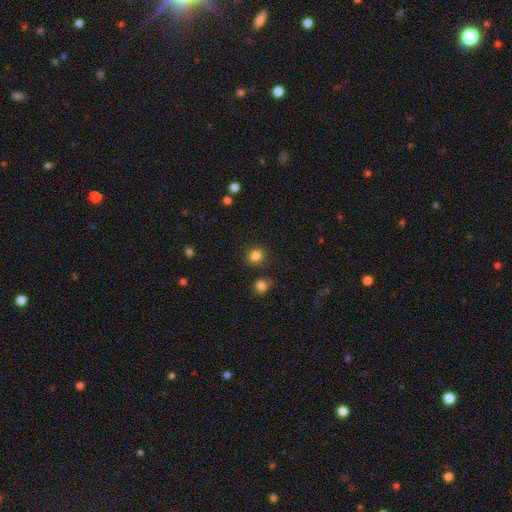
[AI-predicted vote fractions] Smooth or featured?
  - smooth: 84% *
  - star or artifact: 12%
  - featured or disk: 4%
How rounded?
  - round: 75% *
  - in between: 24%
  - cigar-shaped: 1%
Merging?
  - none: 84% *
  - minor disturbance: 8%
  - merger: 4%
  - major disturbance: 3%